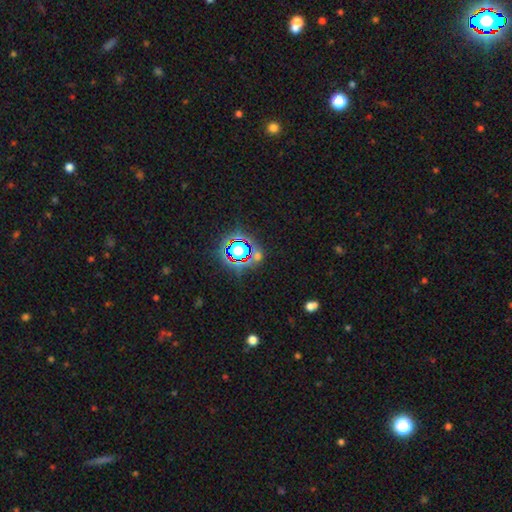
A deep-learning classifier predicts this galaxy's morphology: A star or artifact, not a galaxy (75%).

Vote fractions:
- Smooth or featured? star or artifact: 75% / smooth: 16% / featured or disk: 9%